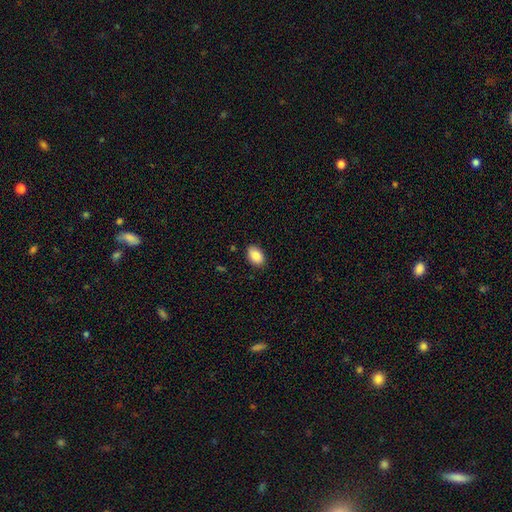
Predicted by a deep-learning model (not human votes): Smooth or featured? Predicted: smooth (p=0.88). How rounded? Predicted: in between (p=0.89). Merging? Predicted: none (p=0.88).